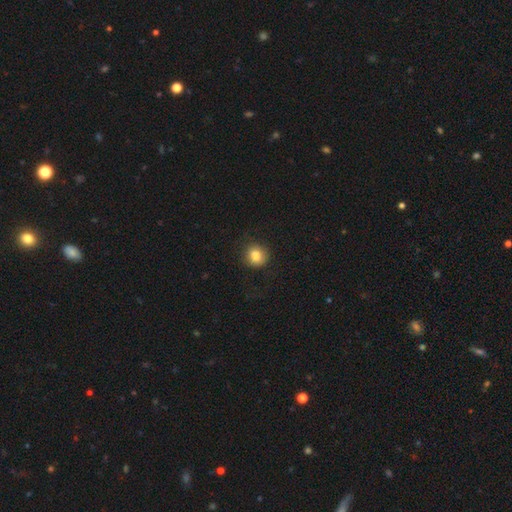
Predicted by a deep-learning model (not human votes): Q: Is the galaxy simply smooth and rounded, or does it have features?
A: smooth — 83%.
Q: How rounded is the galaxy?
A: round — 83%.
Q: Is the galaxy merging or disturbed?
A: none — 84%.